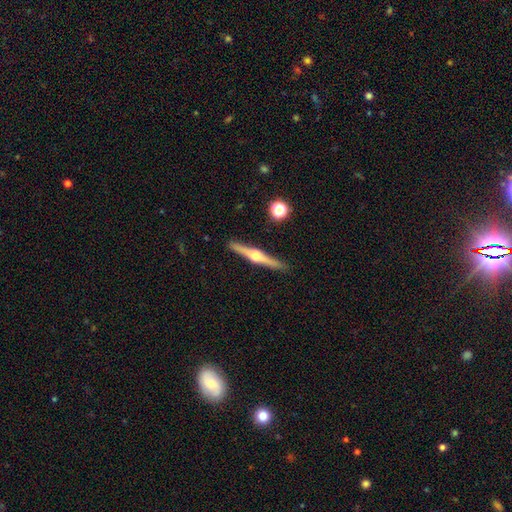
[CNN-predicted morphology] The model was most divided on "smooth or featured": featured or disk: 78%, smooth: 16%, star or artifact: 5%. More confident: edge-on disk — yes (98%); edge-on bulge — rounded (94%); merging — none (91%).